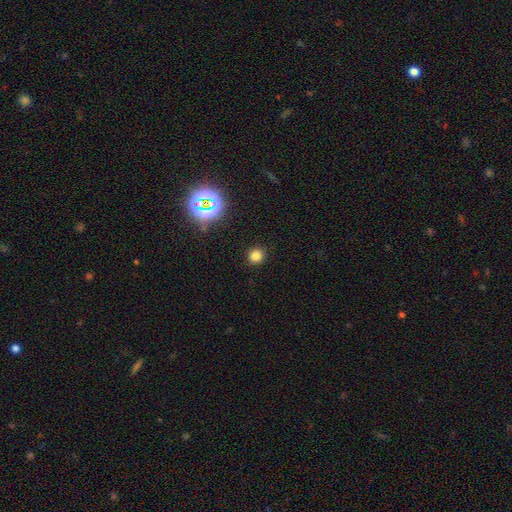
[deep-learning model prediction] Smooth or featured? Predicted: smooth (p=0.77). How rounded? Predicted: round (p=0.87). Merging? Predicted: none (p=0.90).